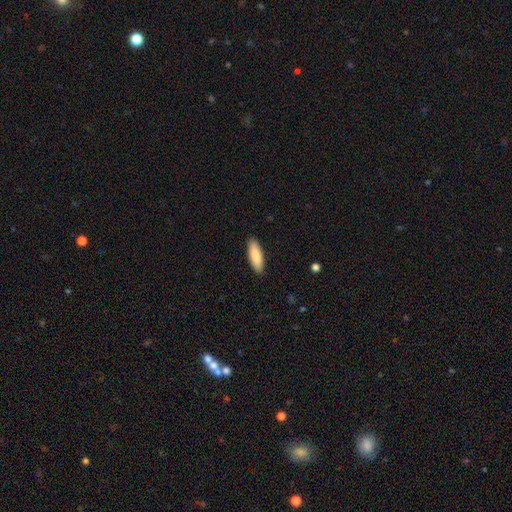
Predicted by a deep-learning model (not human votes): A smooth galaxy with no disk features (87%) that is cigar-shaped (49%, tied with in between).

Vote fractions:
- Smooth or featured? smooth: 87% / featured or disk: 8% / star or artifact: 5%
- How rounded? cigar-shaped: 49% (tied) / in between: 49% (tied) / round: 1%
- Merging? none: 90% / minor disturbance: 7% / major disturbance: 1% / merger: 1%